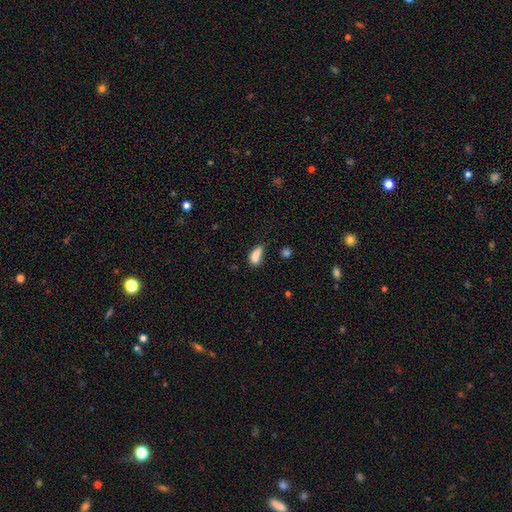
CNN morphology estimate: smooth_or_featured: smooth (p=0.83) [alt: star or artifact p=0.09]
how_rounded: in between (p=0.83) [alt: cigar-shaped p=0.11]
merging: none (p=0.43) [alt: minor disturbance p=0.36]